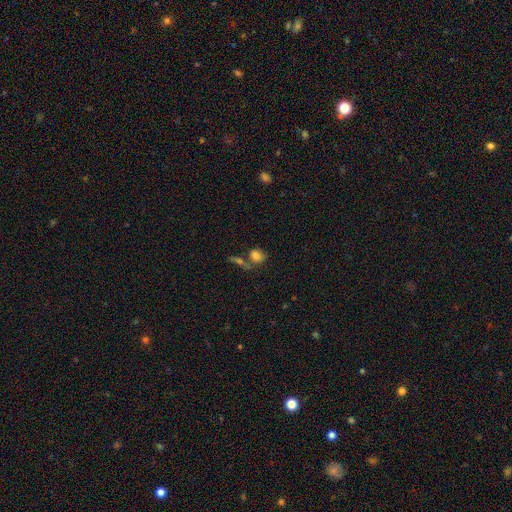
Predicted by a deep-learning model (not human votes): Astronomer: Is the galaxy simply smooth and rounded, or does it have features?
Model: smooth — 77%.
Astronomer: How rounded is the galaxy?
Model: in between — 52% (runner-up: round, 45%).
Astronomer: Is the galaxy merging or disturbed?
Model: none — 48% (runner-up: merger, 31%).